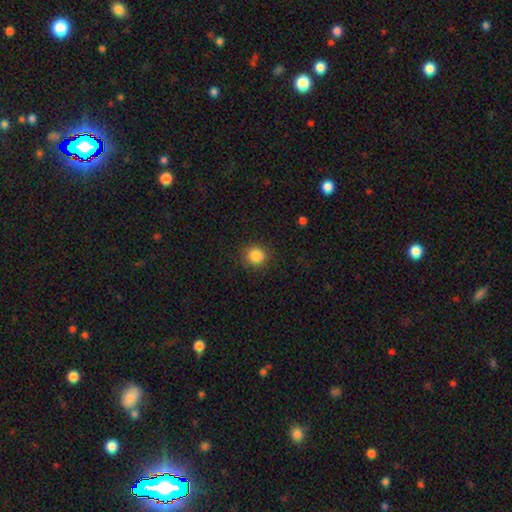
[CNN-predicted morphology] Overall: smooth (85%). How rounded: round (88%). Merging: none (88%).